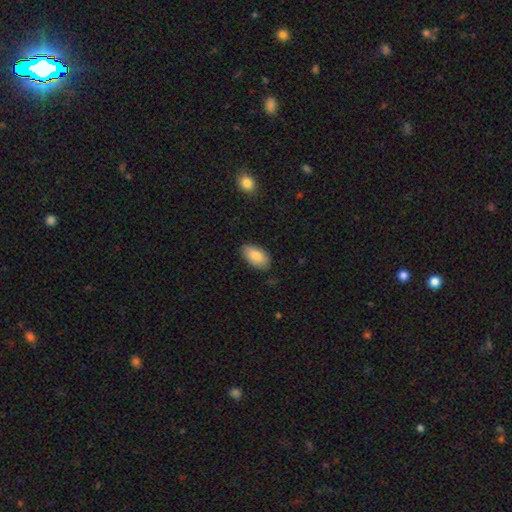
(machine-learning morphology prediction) This is clearly a smooth galaxy (84%). How rounded: clearly in between (94%). Merging: clearly none (81%).